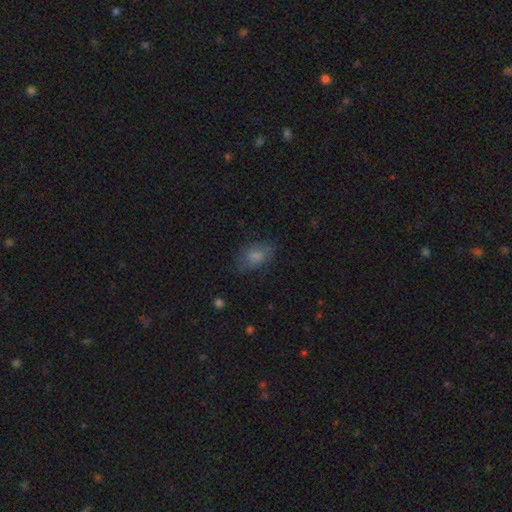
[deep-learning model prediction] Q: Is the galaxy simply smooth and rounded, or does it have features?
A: smooth — 66%.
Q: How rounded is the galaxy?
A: in between — 84%.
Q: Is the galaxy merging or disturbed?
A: none — 76%.